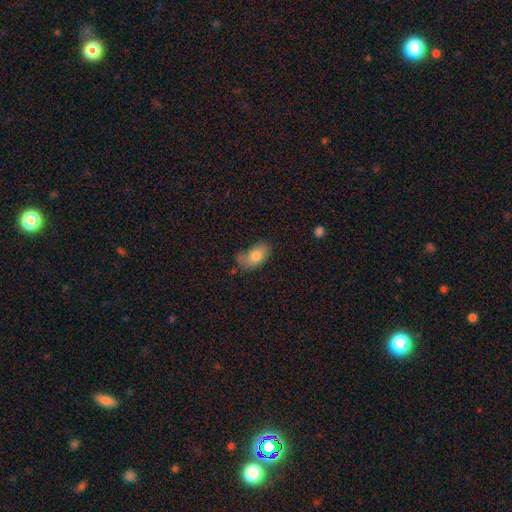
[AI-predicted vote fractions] Morphology: type=smooth (78%); roundness=in between (90%); merging=none (48%).